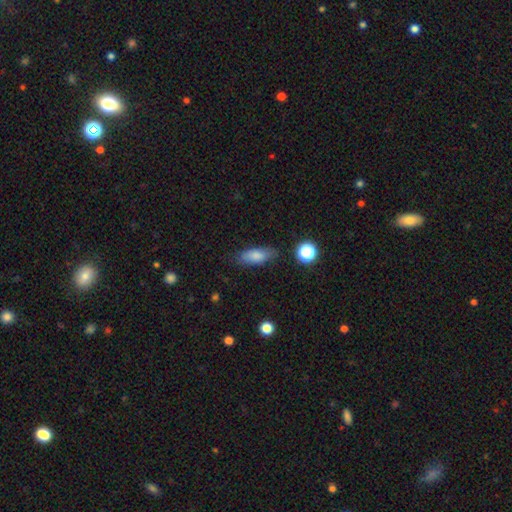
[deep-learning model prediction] Q: Smooth or featured?
A: smooth (81%); runner-up: featured or disk (11%)
Q: How rounded?
A: in between (74%); runner-up: cigar-shaped (22%)
Q: Merging?
A: none (79%); runner-up: minor disturbance (15%)